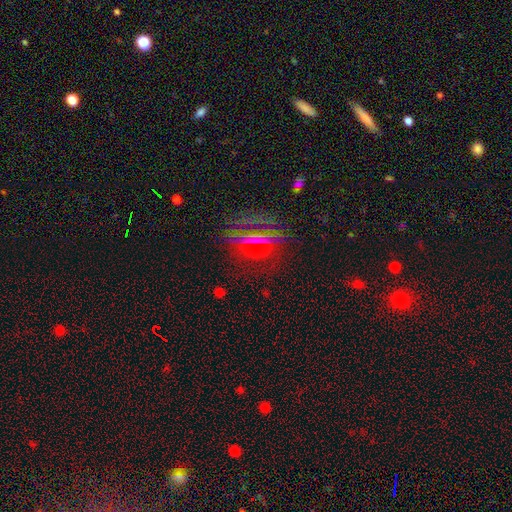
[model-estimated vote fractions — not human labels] smooth-or-featured: featured or disk: 39% | star or artifact: 35% | smooth: 26%
  merging: none: 62% | minor disturbance: 18% | major disturbance: 17% | merger: 4%